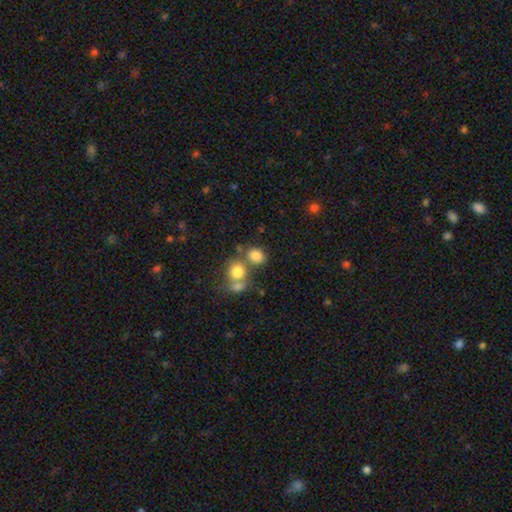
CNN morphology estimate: A smooth galaxy with no disk features (80%) that is round (55%). Merging: none (55%).